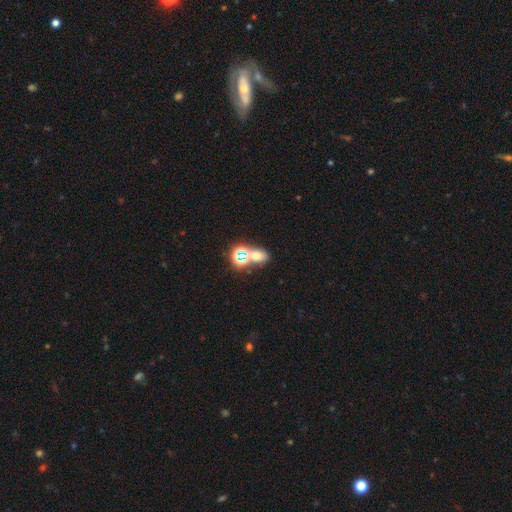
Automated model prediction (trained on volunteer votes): Morphology: type=smooth (52%); roundness=in between (61%); merging=none (54%).